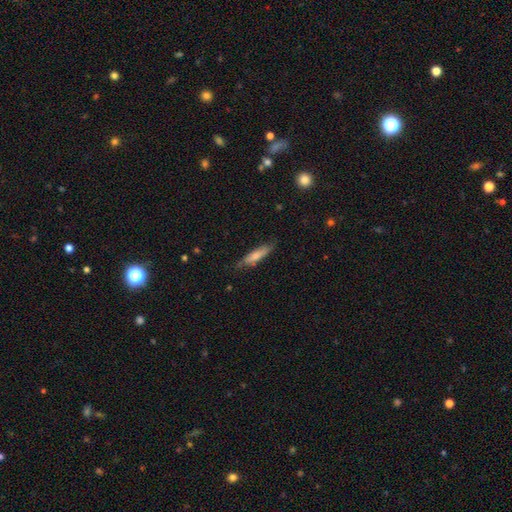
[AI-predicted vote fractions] A smooth galaxy with no disk features (69%) that is cigar-shaped (77%). Merging: none (75%).